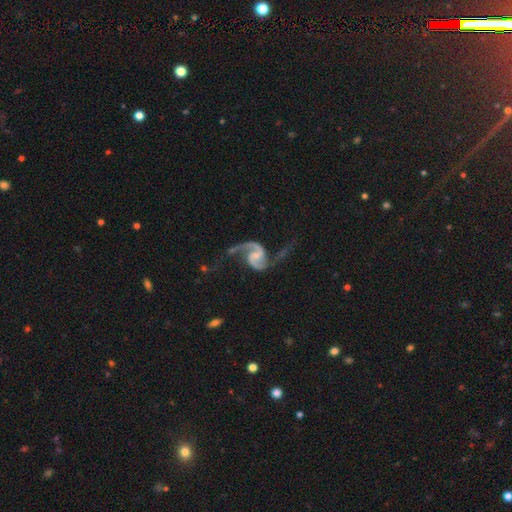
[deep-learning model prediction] Smooth or featured?
  - featured or disk: 93% *
  - star or artifact: 4%
  - smooth: 3%
Edge-on disk?
  - no: 98% *
  - yes: 2%
Bar?
  - weak: 43% * (tied)
  - no: 43% * (tied)
  - strong: 13%
Spiral arms?
  - yes: 98% *
  - no: 2%
Spiral winding?
  - loose: 48% *
  - medium: 43%
  - tight: 9%
Spiral arm count?
  - 2: 93% *
  - 1: 3%
  - can't tell: 1%
  - 3: 1%
  - 4: 1%
  - more than 4: 1%
Bulge size?
  - small: 48% *
  - moderate: 26%
  - none: 22%
  - large: 3%
  - dominant: 1%
Merging?
  - none: 53% *
  - major disturbance: 23%
  - minor disturbance: 19%
  - merger: 5%